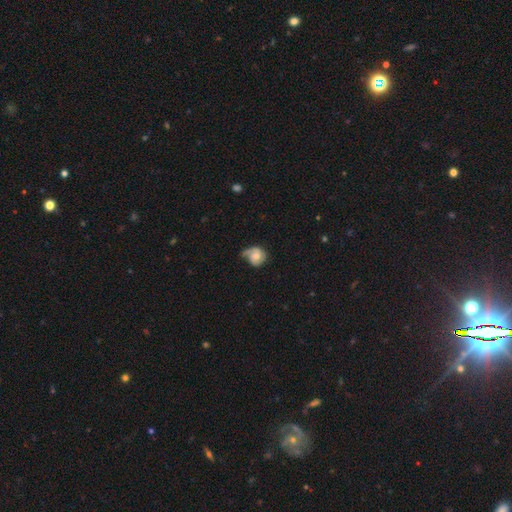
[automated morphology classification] Smooth or featured?
  - featured or disk: 59% *
  - smooth: 34%
  - star or artifact: 7%
Edge-on disk?
  - no: 97% *
  - yes: 3%
Bar?
  - no: 72% *
  - weak: 24%
  - strong: 4%
Spiral arms?
  - yes: 88% *
  - no: 12%
Spiral winding?
  - tight: 40% *
  - medium: 35%
  - loose: 24%
Spiral arm count?
  - 1: 51% *
  - 2: 36%
  - can't tell: 9%
  - 3: 2%
  - 4: 1%
  - more than 4: 1%
Bulge size?
  - moderate: 54% *
  - small: 32%
  - large: 8%
  - none: 5%
  - dominant: 2%
Merging?
  - none: 46% *
  - minor disturbance: 30%
  - major disturbance: 21%
  - merger: 3%